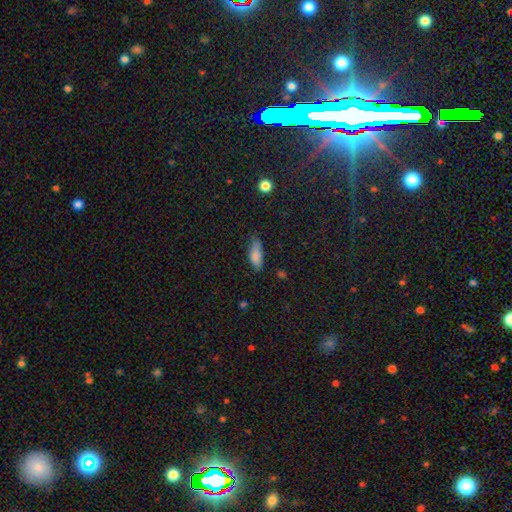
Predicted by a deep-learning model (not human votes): A smooth galaxy with no disk features (82%) that is in between round and cigar-shaped (69%). Merging: none (57%).